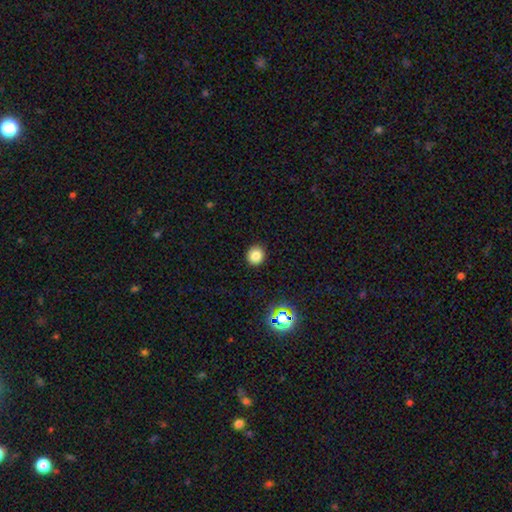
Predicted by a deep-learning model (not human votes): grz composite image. It shows a smooth galaxy with no disk features (81%) that is round (87%). Merging: none (92%).